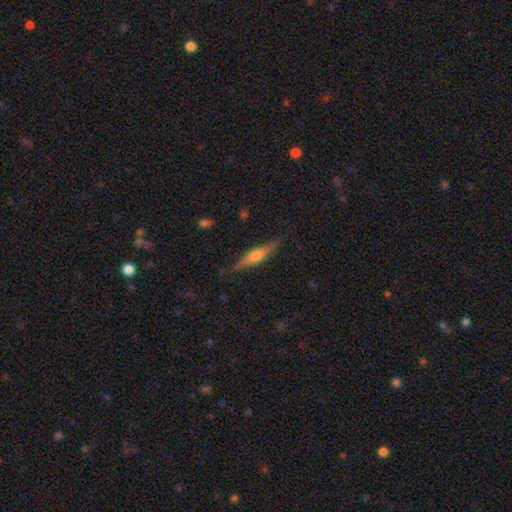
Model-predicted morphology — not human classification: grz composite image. It shows a featured or disk galaxy (65%) viewed edge-on (96%) with a rounded central bulge (84%). Merging: none (84%).